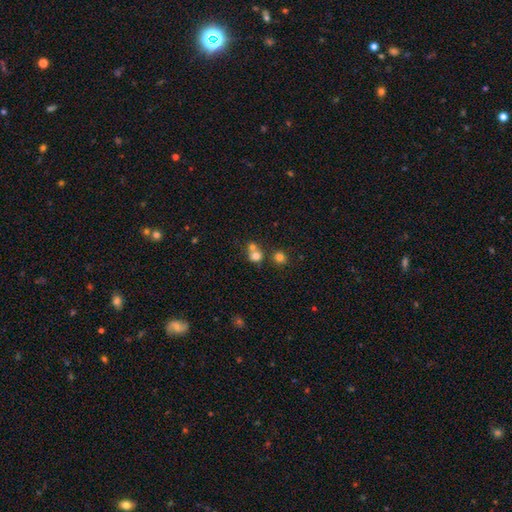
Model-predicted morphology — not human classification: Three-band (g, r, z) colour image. It shows a smooth galaxy with no disk features (73%) that is round (82%). Merging: merger (46%).